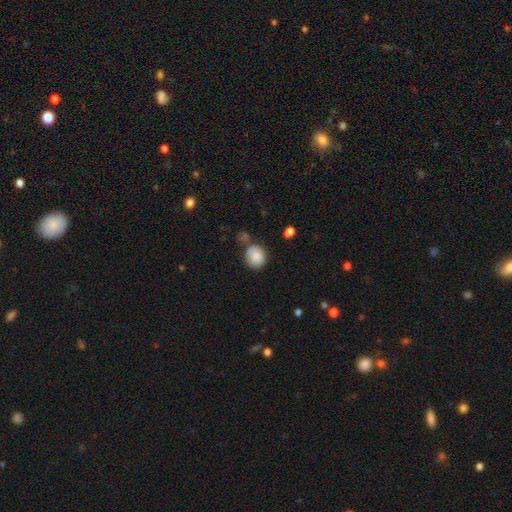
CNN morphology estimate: Overall: smooth (86%). How rounded: round (78%). Merging: none (64%).